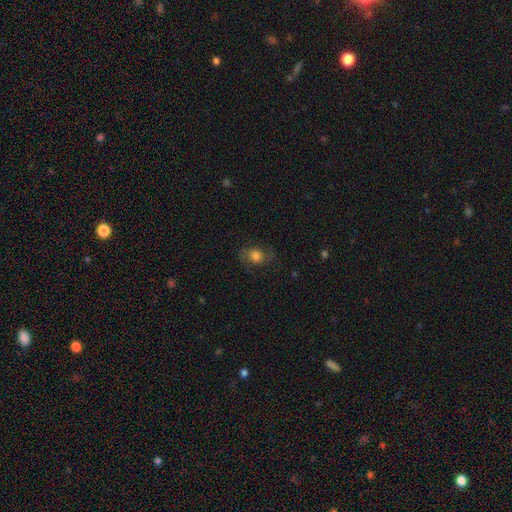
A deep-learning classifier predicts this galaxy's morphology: Smooth or featured?
  - smooth: 52% *
  - featured or disk: 36%
  - star or artifact: 12%
How rounded?
  - round: 52% *
  - in between: 47%
  - cigar-shaped: 2%
Merging?
  - none: 66% *
  - minor disturbance: 20%
  - major disturbance: 13%
  - merger: 1%